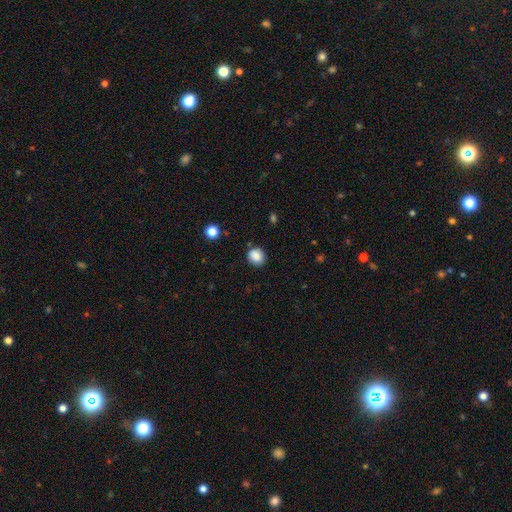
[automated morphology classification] Q: Smooth or featured?
A: smooth (86%); runner-up: star or artifact (10%)
Q: How rounded?
A: round (73%); runner-up: in between (26%)
Q: Merging?
A: none (80%); runner-up: minor disturbance (14%)